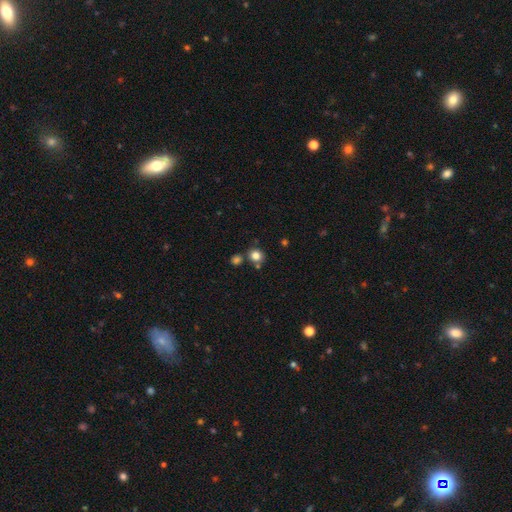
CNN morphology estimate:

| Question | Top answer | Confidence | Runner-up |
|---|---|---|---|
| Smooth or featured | smooth | 81% | star or artifact (13%) |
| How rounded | round | 84% | in between (15%) |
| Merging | none | 74% | merger (13%) |